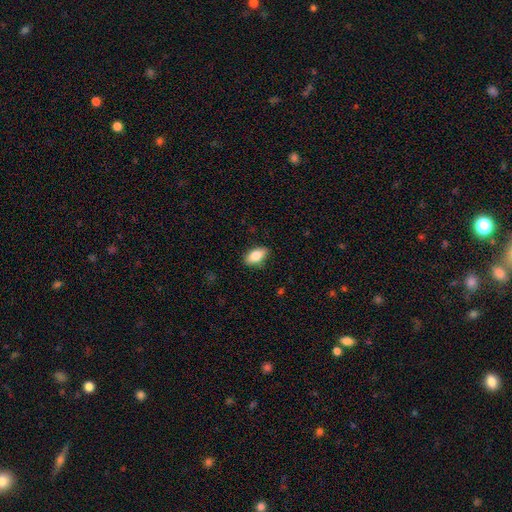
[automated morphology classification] Q: Smooth or featured?
A: smooth (80%); runner-up: featured or disk (13%)
Q: How rounded?
A: in between (89%); runner-up: round (6%)
Q: Merging?
A: none (84%); runner-up: minor disturbance (12%)